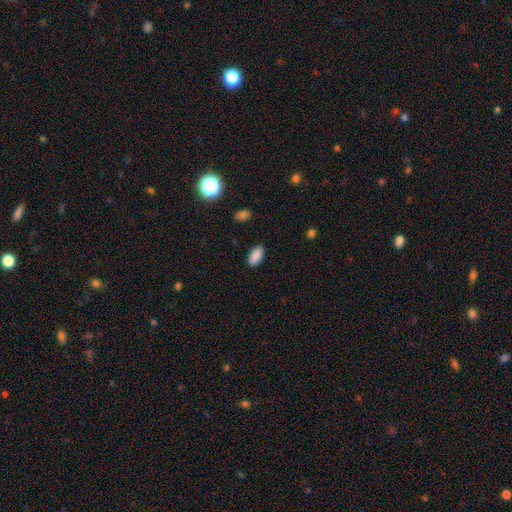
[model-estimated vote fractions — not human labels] smooth 89%, star or artifact 8%, featured or disk 3%. Down the decision tree: how rounded — in between (93%); merging — none (89%).